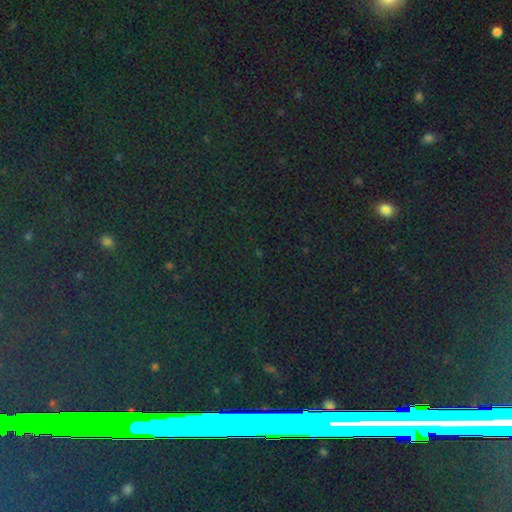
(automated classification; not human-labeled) Q: Smooth or featured?
A: star or artifact (81%); runner-up: smooth (10%)